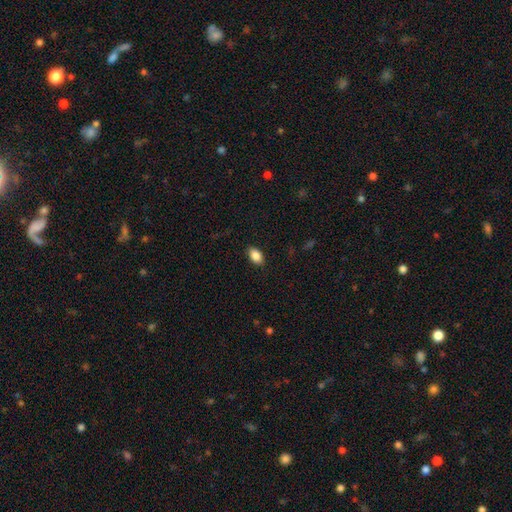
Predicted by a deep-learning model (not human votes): This is clearly a smooth galaxy (87%). How rounded: clearly in between (91%). Merging: clearly none (88%).